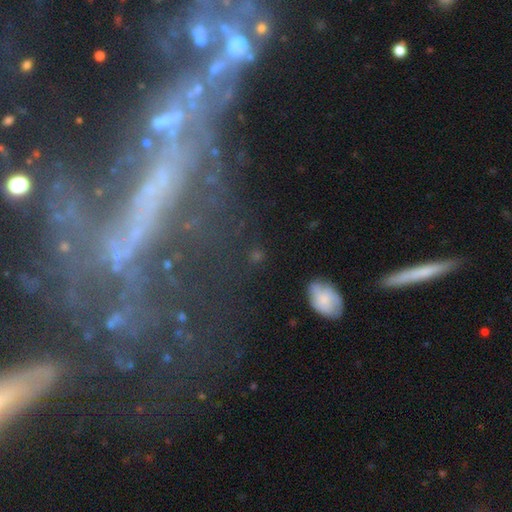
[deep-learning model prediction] smooth-or-featured: smooth: 40% | star or artifact: 31% | featured or disk: 29%
  merging: none: 71% | minor disturbance: 16% | major disturbance: 9% | merger: 5%